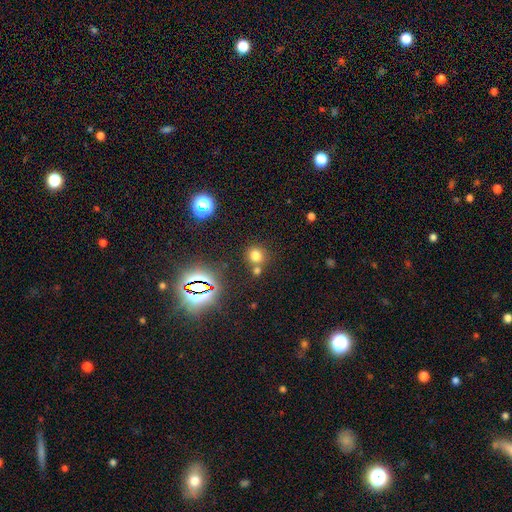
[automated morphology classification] Smooth or featured?
  - smooth: 71% *
  - star or artifact: 22%
  - featured or disk: 7%
How rounded?
  - round: 83% *
  - in between: 16%
  - cigar-shaped: 1%
Merging?
  - none: 66% *
  - merger: 22%
  - minor disturbance: 8%
  - major disturbance: 4%